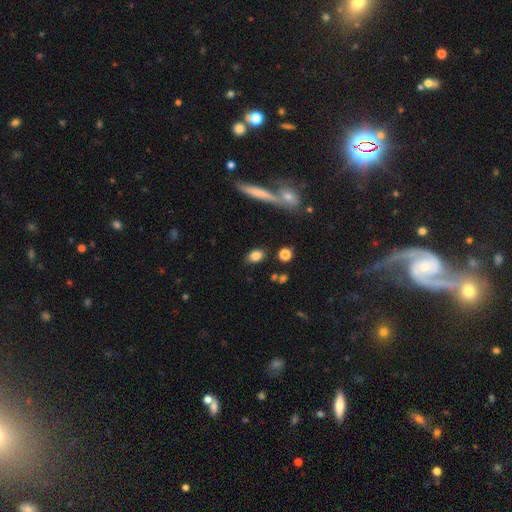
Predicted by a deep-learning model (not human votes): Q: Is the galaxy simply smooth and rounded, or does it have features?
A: smooth — 82%.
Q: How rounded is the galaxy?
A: in between — 78%.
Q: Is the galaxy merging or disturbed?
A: none — 81%.